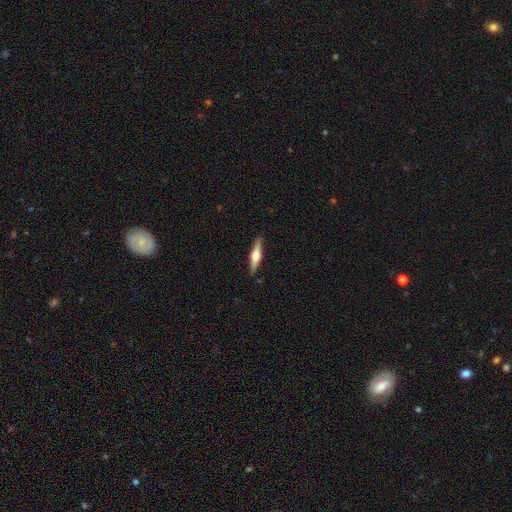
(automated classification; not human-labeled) A featured or disk galaxy (61%) viewed edge-on (97%) with a rounded central bulge (93%).

Vote fractions:
- Smooth or featured? featured or disk: 61% / smooth: 34% / star or artifact: 5%
- Edge-on disk? yes: 97% / no: 3%
- Edge-on bulge? rounded: 93% / boxy: 5% / none: 3%
- Merging? none: 90% / minor disturbance: 8% / major disturbance: 2% / merger: 1%